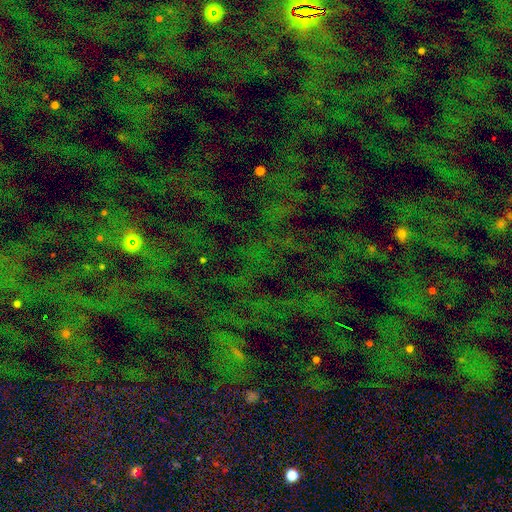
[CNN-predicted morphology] smooth_or_featured: star or artifact (p=0.73) [alt: smooth p=0.16]